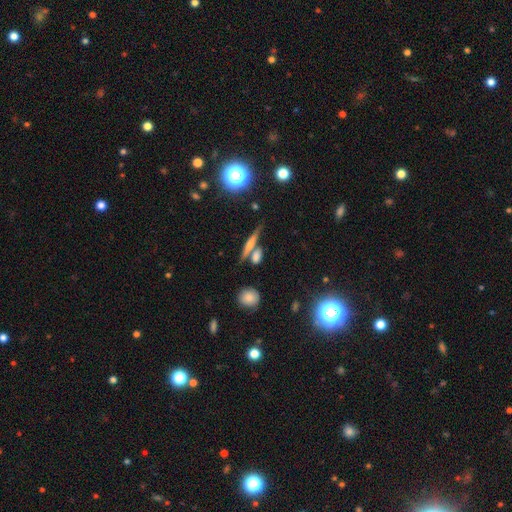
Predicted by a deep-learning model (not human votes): Smooth or featured: smooth — 49% (featured or disk — 39%)
Merging: none — 59% (merger — 24%)